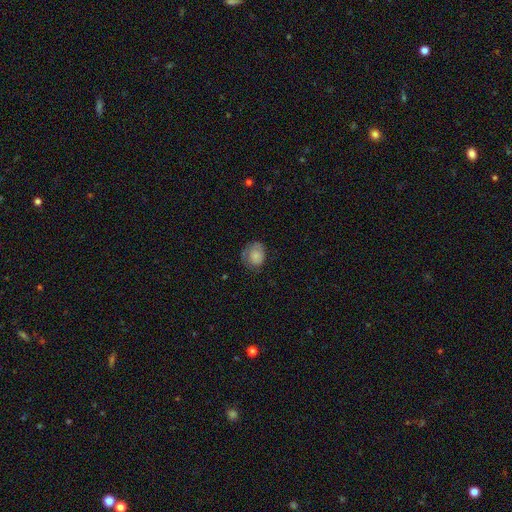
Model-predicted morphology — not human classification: Smooth or featured?
  - smooth: 78% *
  - featured or disk: 14%
  - star or artifact: 8%
How rounded?
  - round: 63% *
  - in between: 36%
  - cigar-shaped: 1%
Merging?
  - none: 57% *
  - minor disturbance: 28%
  - major disturbance: 14%
  - merger: 1%